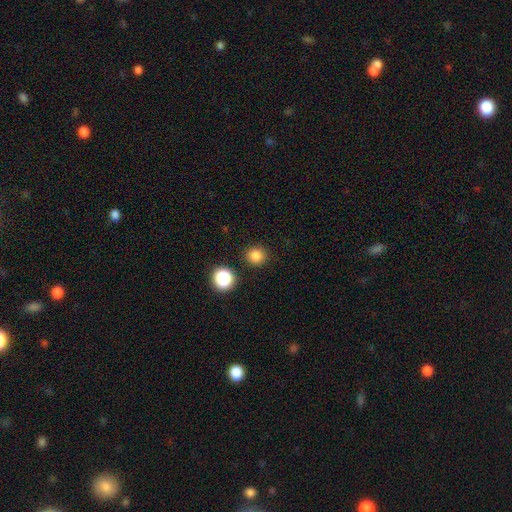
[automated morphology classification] smooth_or_featured: smooth (p=0.83) [alt: star or artifact p=0.13]
how_rounded: round (p=0.93) [alt: in between p=0.06]
merging: none (p=0.90) [alt: minor disturbance p=0.06]